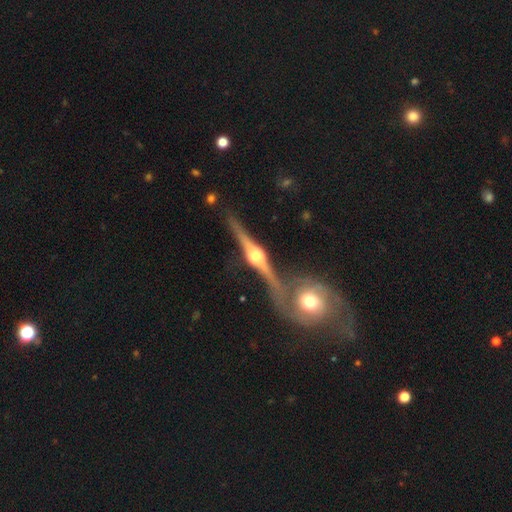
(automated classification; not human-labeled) Smooth or featured?
  - featured or disk: 89% *
  - smooth: 6%
  - star or artifact: 5%
Edge-on disk?
  - yes: 97% *
  - no: 3%
Edge-on bulge?
  - rounded: 94% *
  - boxy: 5%
  - none: 2%
Merging?
  - none: 71% *
  - merger: 14%
  - minor disturbance: 11%
  - major disturbance: 4%